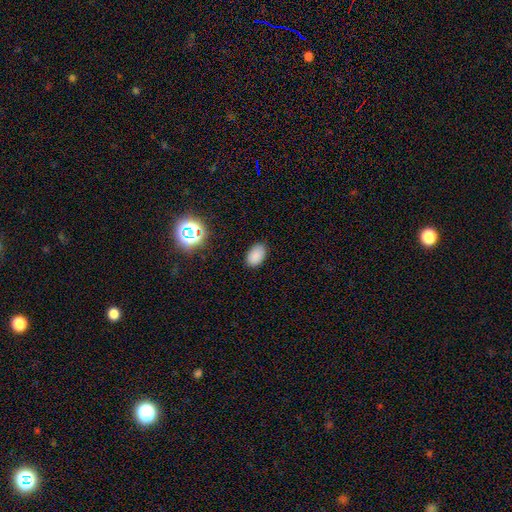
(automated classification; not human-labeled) Morphology: type=smooth (84%); roundness=in between (90%); merging=none (87%).